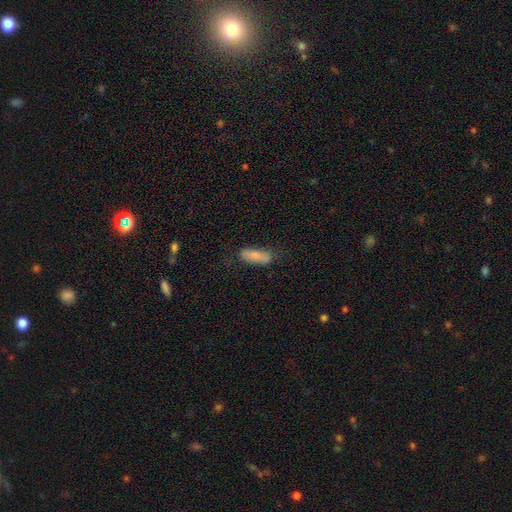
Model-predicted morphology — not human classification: A smooth galaxy with no disk features (82%) that is in between round and cigar-shaped (55%). Merging: none (74%).